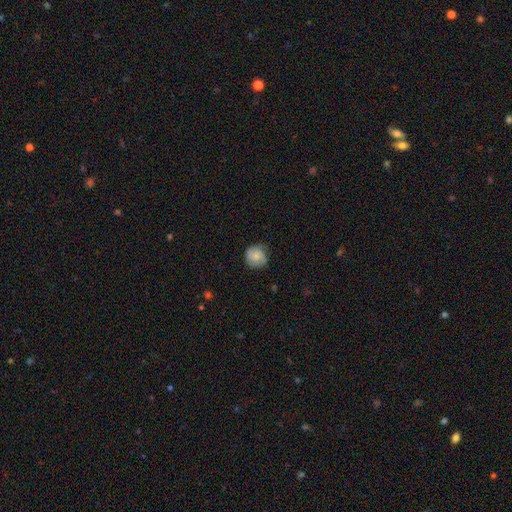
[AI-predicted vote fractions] Q: Smooth or featured?
A: smooth (64%); runner-up: featured or disk (29%)
Q: How rounded?
A: round (87%); runner-up: in between (12%)
Q: Merging?
A: none (67%); runner-up: minor disturbance (25%)